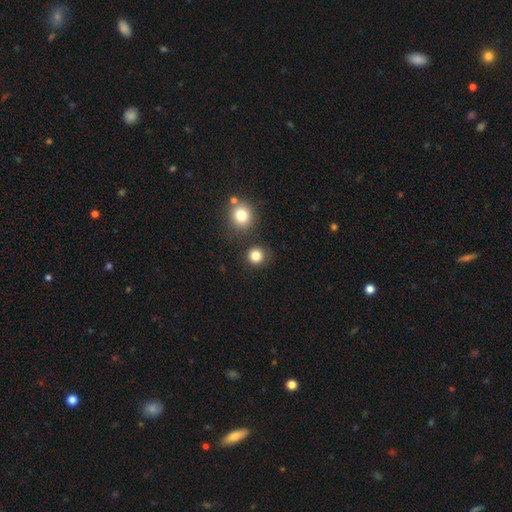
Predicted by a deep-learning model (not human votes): The model was most divided on "smooth or featured": smooth: 83%, star or artifact: 13%, featured or disk: 5%. More confident: how rounded — round (92%); merging — none (84%).